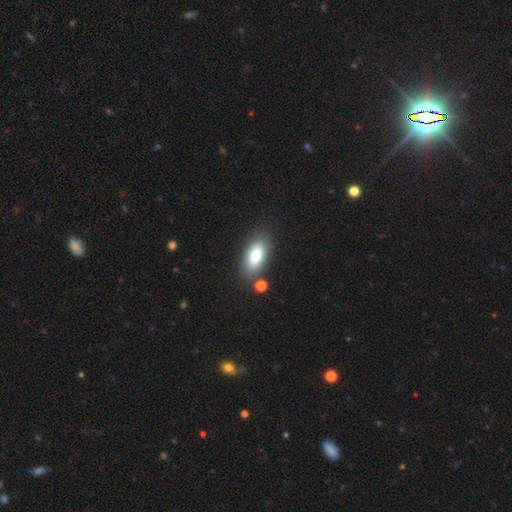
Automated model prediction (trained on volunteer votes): Morphology: type=smooth (80%); roundness=in between (88%); merging=none (76%).